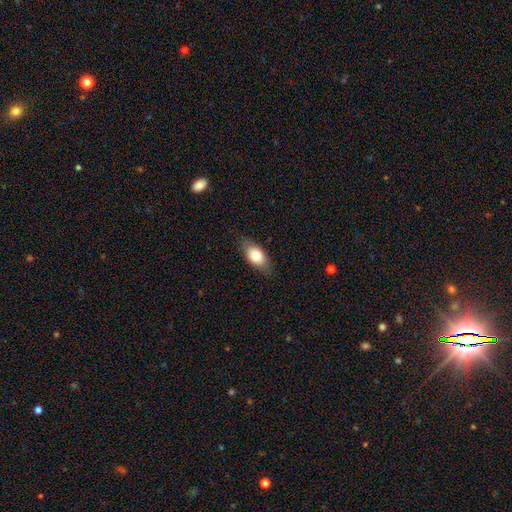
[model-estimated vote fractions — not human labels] Q: Smooth or featured?
A: smooth (77%); runner-up: featured or disk (16%)
Q: How rounded?
A: in between (88%); runner-up: round (6%)
Q: Merging?
A: none (82%); runner-up: minor disturbance (14%)